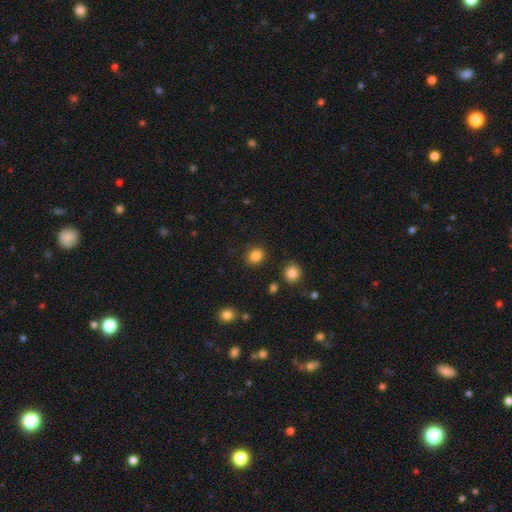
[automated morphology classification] Smooth or featured? Predicted: smooth (p=0.85). How rounded? Predicted: round (p=0.70). Merging? Predicted: none (p=0.88).